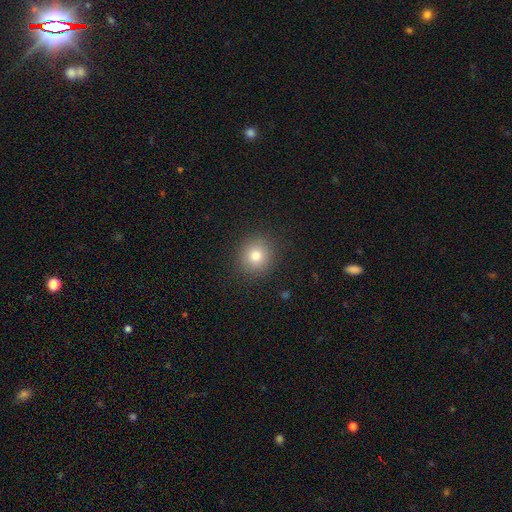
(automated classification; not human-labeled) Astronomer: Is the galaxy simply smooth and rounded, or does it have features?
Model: smooth — 78%.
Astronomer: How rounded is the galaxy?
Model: round — 89%.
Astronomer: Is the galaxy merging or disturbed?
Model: none — 89%.